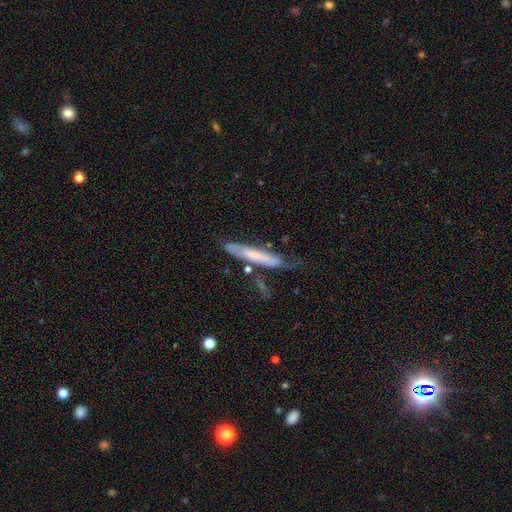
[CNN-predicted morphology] Smooth or featured? featured or disk (48%)
Merging? none (46%)